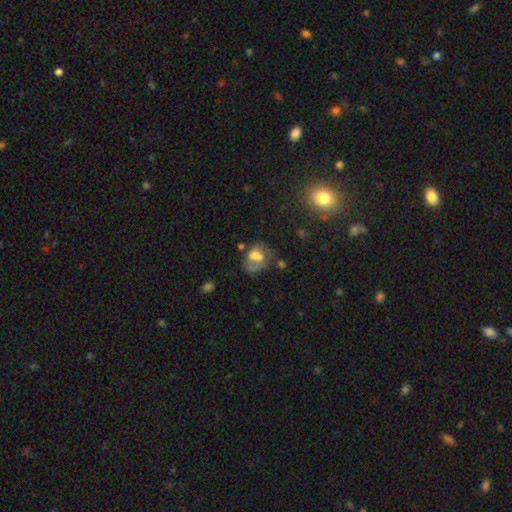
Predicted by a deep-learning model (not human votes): A smooth galaxy with no disk features (49%).

Vote fractions:
- Smooth or featured? smooth: 49% / featured or disk: 36% / star or artifact: 15%
- Merging? none: 28% / major disturbance: 27% / merger: 25% / minor disturbance: 20%